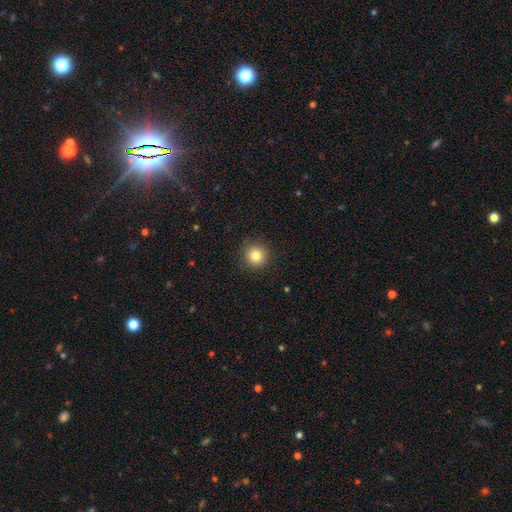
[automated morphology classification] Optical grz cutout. It shows a smooth galaxy with no disk features (82%) that is round (95%). Merging: none (90%).